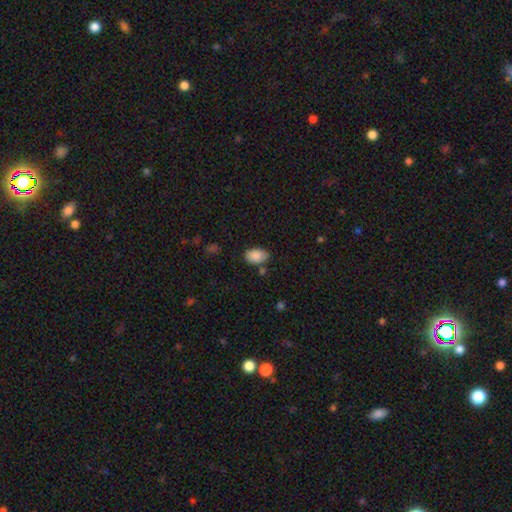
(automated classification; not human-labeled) Smooth or featured? Predicted: smooth (p=0.87). How rounded? Predicted: in between (p=0.89). Merging? Predicted: none (p=0.69).